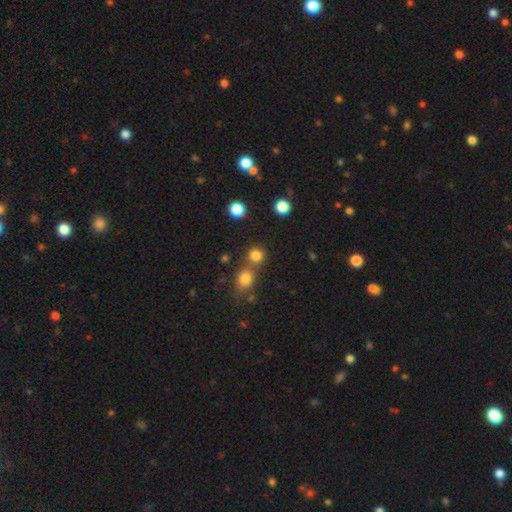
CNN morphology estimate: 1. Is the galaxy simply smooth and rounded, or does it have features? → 80% smooth, 15% star or artifact, 6% featured or disk.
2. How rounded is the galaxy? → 86% round, 12% in between, 1% cigar-shaped.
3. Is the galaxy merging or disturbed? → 63% none, 27% merger, 7% minor disturbance, 3% major disturbance.